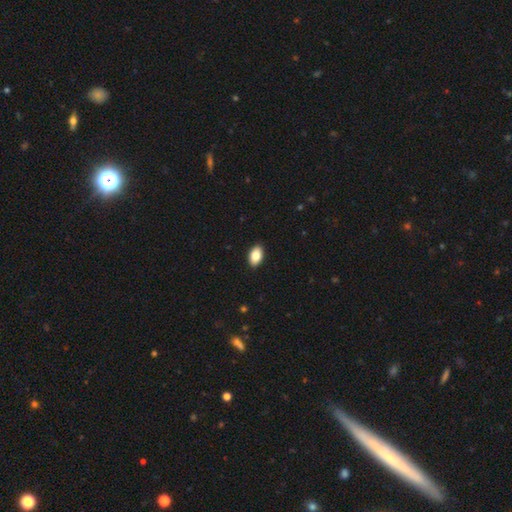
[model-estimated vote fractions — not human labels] A smooth galaxy with no disk features (85%) that is in between round and cigar-shaped (93%).

Vote fractions:
- Smooth or featured? smooth: 85% / featured or disk: 8% / star or artifact: 7%
- How rounded? in between: 93% / round: 6% / cigar-shaped: 2%
- Merging? none: 90% / minor disturbance: 7% / major disturbance: 2% / merger: 1%